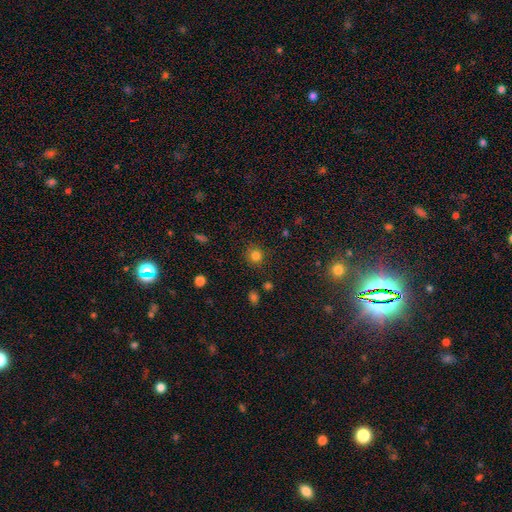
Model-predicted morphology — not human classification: smooth 80%, star or artifact 14%, featured or disk 6%. Down the decision tree: how rounded — round (88%); merging — none (87%).